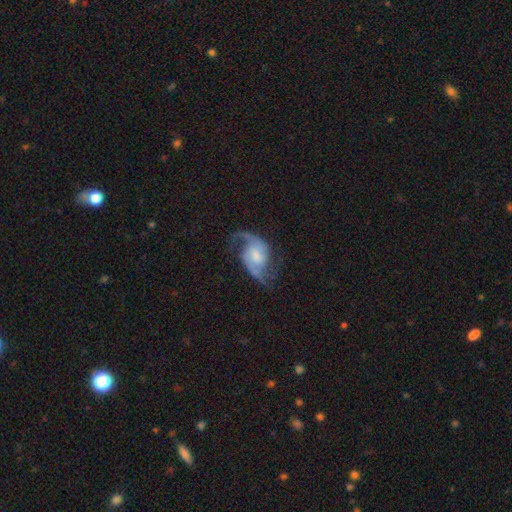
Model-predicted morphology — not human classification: This appears to be a featured or disk galaxy (89%) with no bar (47%), 2 (93%) loose (52%) spiral arms (97%) and a moderate central bulge (38%). Merging: none (70%).